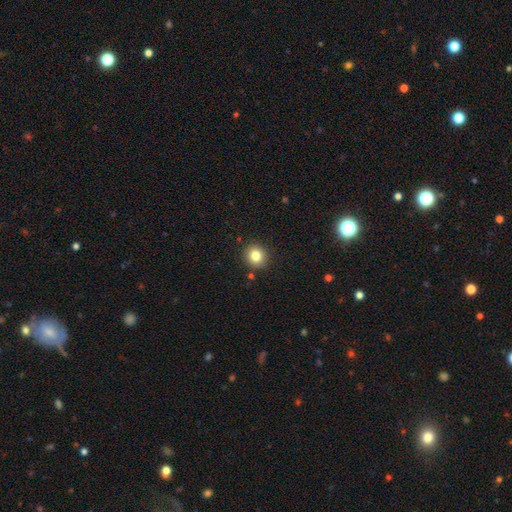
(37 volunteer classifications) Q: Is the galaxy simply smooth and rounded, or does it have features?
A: smooth — 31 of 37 (84%).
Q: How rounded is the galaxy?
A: round — 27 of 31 (87%).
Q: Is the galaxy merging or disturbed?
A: none — 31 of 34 (91%).